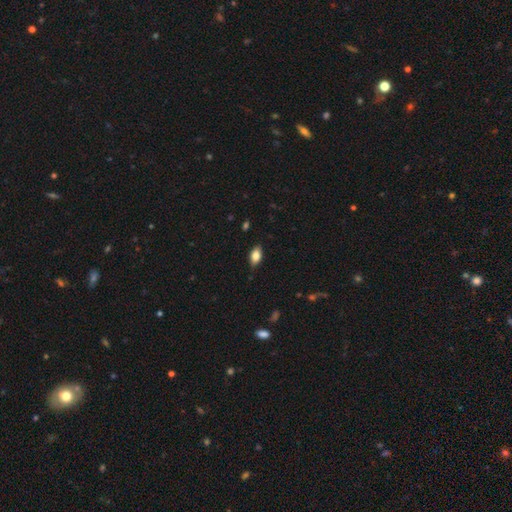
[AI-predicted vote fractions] This is clearly a smooth galaxy (81%). How rounded: clearly in between (90%). Merging: clearly none (84%).